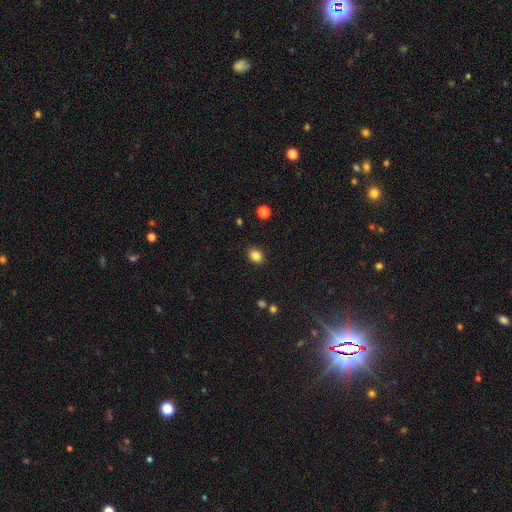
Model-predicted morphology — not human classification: smooth_or_featured: smooth (p=0.86) [alt: star or artifact p=0.10]
how_rounded: in between (p=0.63) [alt: round p=0.36]
merging: none (p=0.89) [alt: minor disturbance p=0.08]